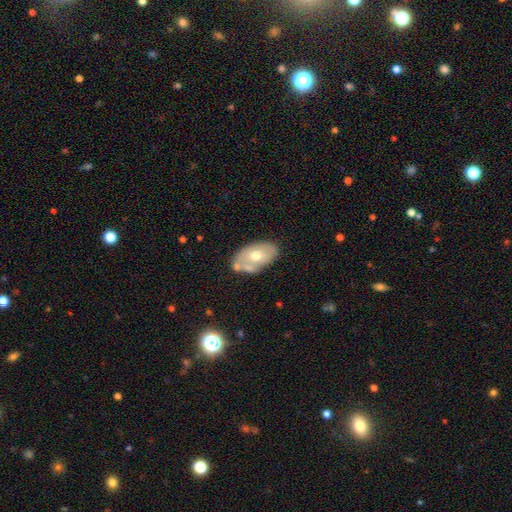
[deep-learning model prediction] A smooth galaxy with no disk features (50%) that is in between round and cigar-shaped (93%).

Vote fractions:
- Smooth or featured? smooth: 50% / featured or disk: 43% / star or artifact: 7%
- How rounded? in between: 93% / round: 6% / cigar-shaped: 2%
- Merging? none: 55% / minor disturbance: 23% / merger: 16% / major disturbance: 6%